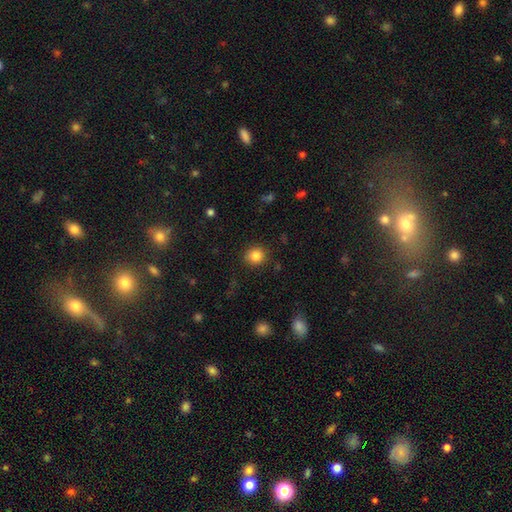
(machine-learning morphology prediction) smooth 84%, star or artifact 11%, featured or disk 5%. Down the decision tree: how rounded — round (86%); merging — none (90%).